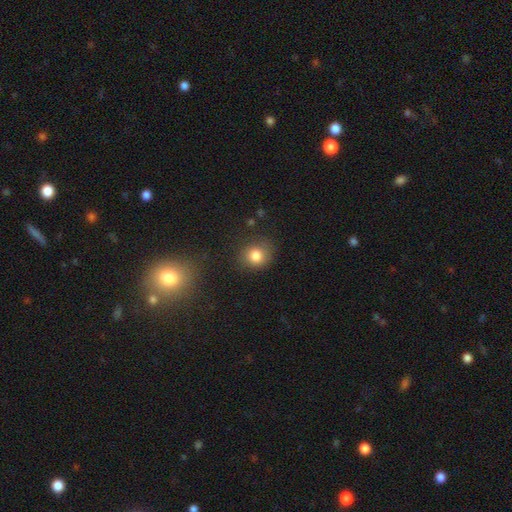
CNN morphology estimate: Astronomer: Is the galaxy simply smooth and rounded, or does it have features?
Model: smooth — 82%.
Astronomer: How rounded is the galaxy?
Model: round — 79%.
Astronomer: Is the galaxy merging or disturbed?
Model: none — 79%.